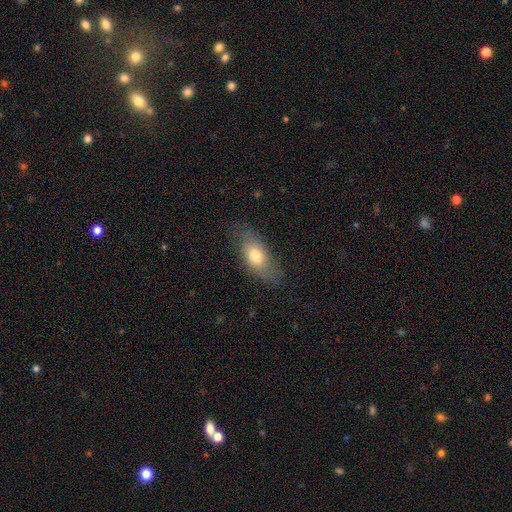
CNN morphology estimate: smooth 71%, featured or disk 22%, star or artifact 7%. Down the decision tree: how rounded — in between (84%); merging — none (74%).